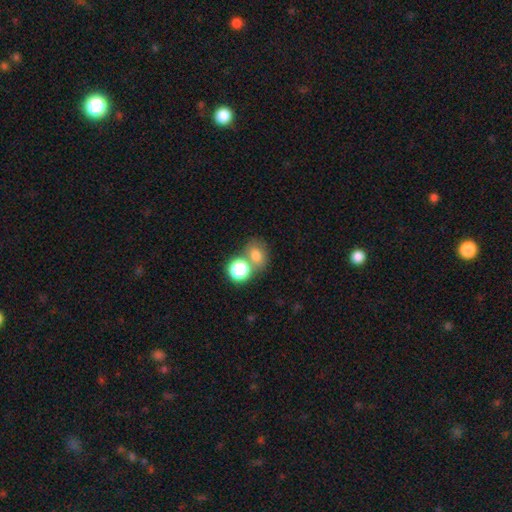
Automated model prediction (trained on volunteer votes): smooth-or-featured: smooth: 76% | star or artifact: 12% | featured or disk: 11%
  how-rounded: round: 58% | in between: 41% | cigar-shaped: 1%
  merging: merger: 44% | none: 42% | minor disturbance: 10% | major disturbance: 5%